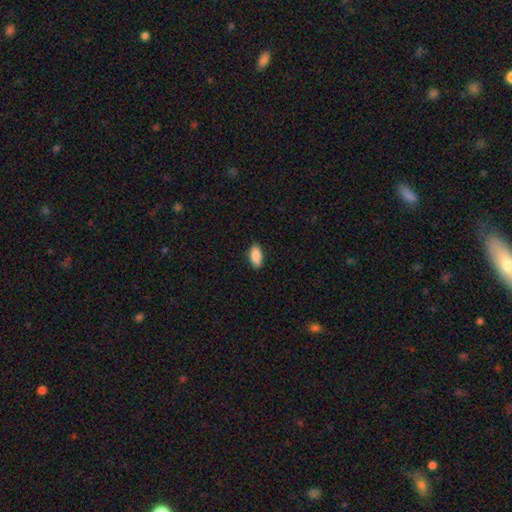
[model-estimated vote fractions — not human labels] This is clearly a smooth galaxy (88%). How rounded: clearly in between (90%). Merging: clearly none (86%).